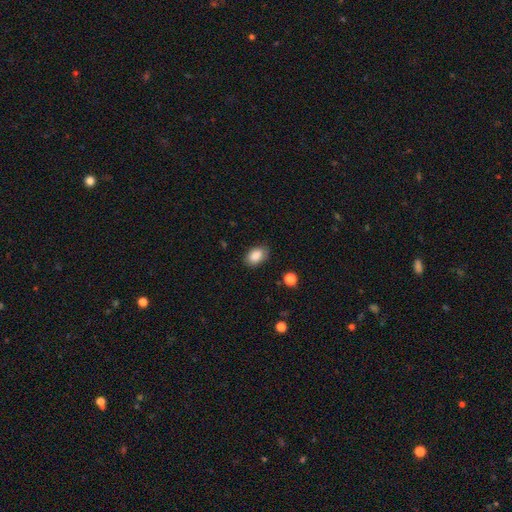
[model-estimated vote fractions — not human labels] Smooth or featured? smooth (88%)
How rounded? in between (86%)
Merging? none (83%)